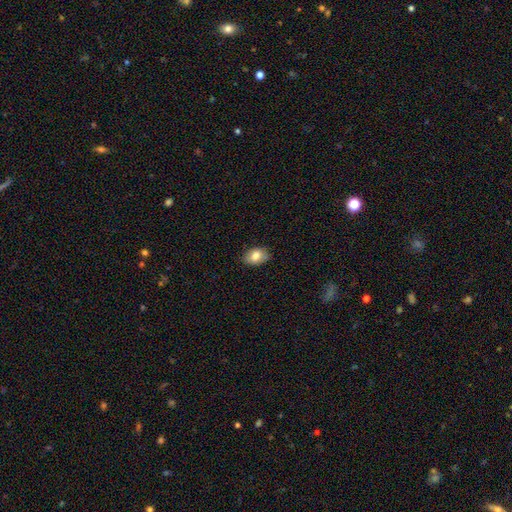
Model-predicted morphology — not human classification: A smooth galaxy with no disk features (80%) that is in between round and cigar-shaped (85%). Merging: none (82%).